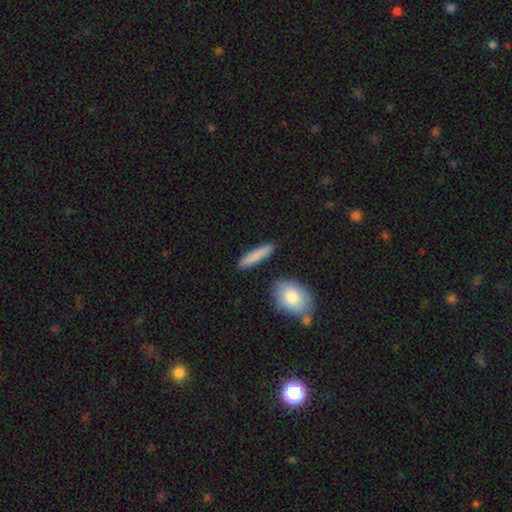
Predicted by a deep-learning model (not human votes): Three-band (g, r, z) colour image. It shows a smooth galaxy with no disk features (83%) that is cigar-shaped (83%). Merging: none (87%).